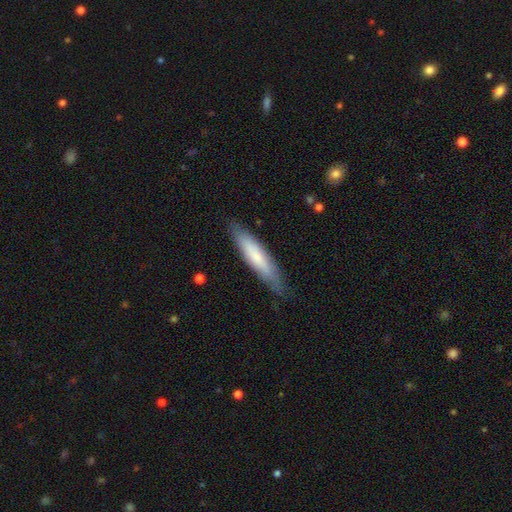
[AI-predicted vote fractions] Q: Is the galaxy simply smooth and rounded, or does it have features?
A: smooth — 65%.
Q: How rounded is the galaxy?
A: cigar-shaped — 79%.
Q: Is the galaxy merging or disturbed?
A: none — 80%.